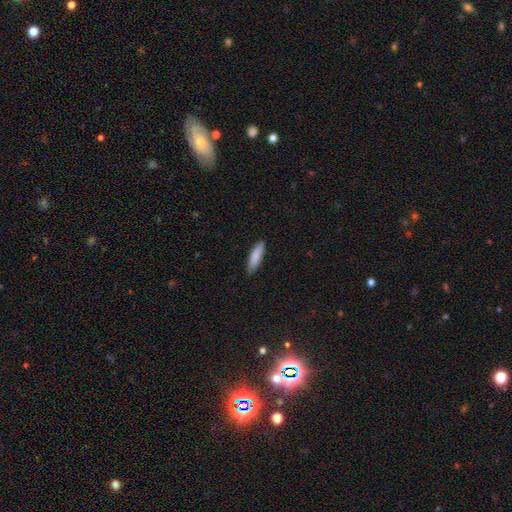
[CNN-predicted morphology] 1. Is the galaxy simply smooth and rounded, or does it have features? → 86% smooth, 9% featured or disk, 6% star or artifact.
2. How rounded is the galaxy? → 71% cigar-shaped, 28% in between, 1% round.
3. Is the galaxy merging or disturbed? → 87% none, 10% minor disturbance, 2% major disturbance, 1% merger.